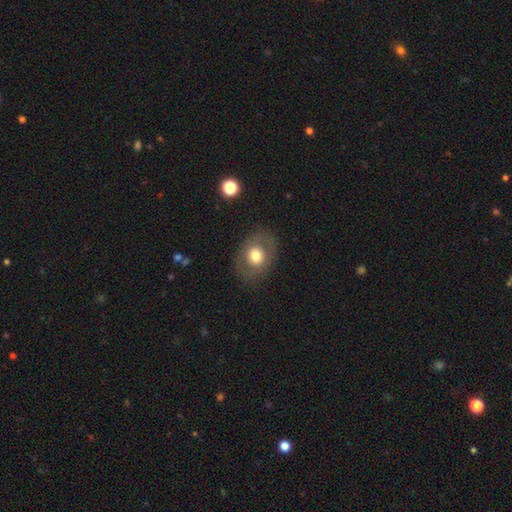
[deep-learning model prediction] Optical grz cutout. It shows a smooth galaxy with no disk features (66%) that is in between round and cigar-shaped (54%). Merging: none (82%).